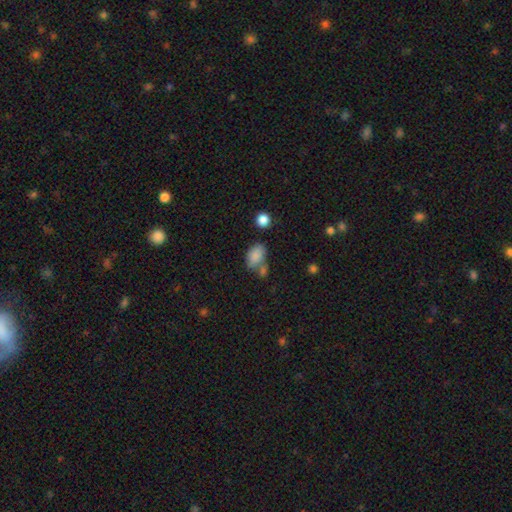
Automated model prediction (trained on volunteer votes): Smooth or featured? Predicted: smooth (p=0.83). How rounded? Predicted: in between (p=0.84). Merging? Predicted: none (p=0.44).